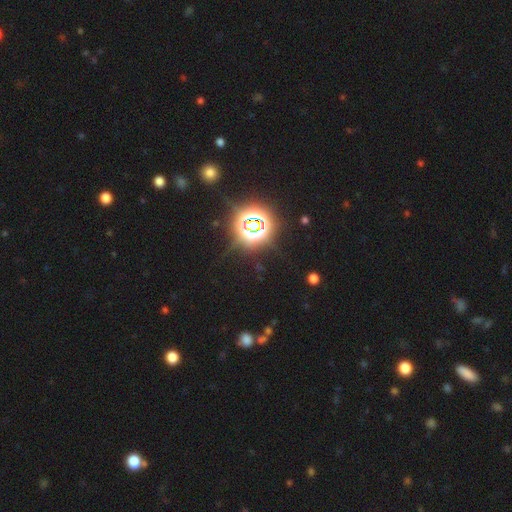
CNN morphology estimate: Smooth or featured: star or artifact — 81% (smooth — 12%)